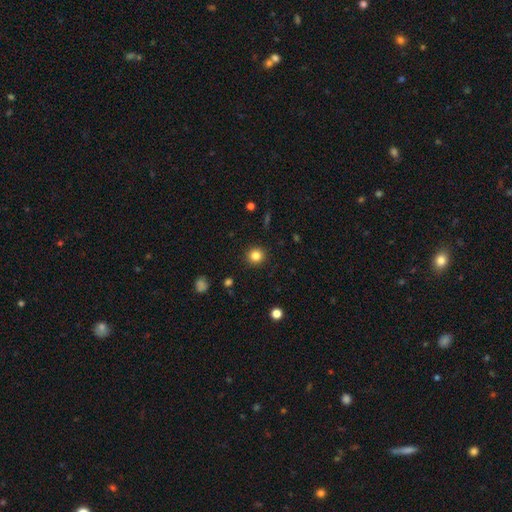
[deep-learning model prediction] Q: Smooth or featured?
A: smooth (83%); runner-up: star or artifact (12%)
Q: How rounded?
A: round (93%); runner-up: in between (6%)
Q: Merging?
A: none (92%); runner-up: minor disturbance (5%)